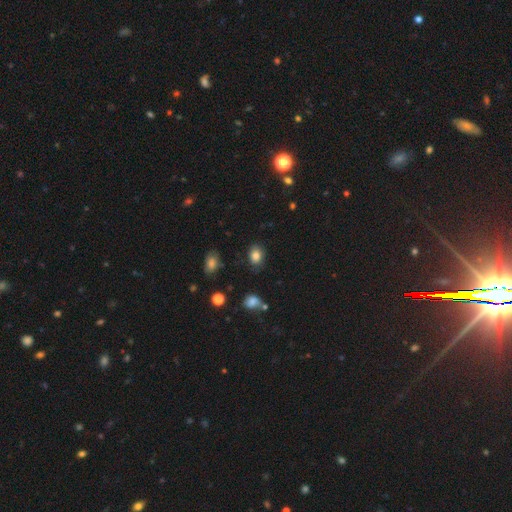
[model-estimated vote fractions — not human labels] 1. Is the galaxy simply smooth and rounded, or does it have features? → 83% smooth, 10% star or artifact, 7% featured or disk.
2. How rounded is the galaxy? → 66% in between, 33% round, 1% cigar-shaped.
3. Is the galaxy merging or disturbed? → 79% none, 15% minor disturbance, 4% major disturbance, 2% merger.